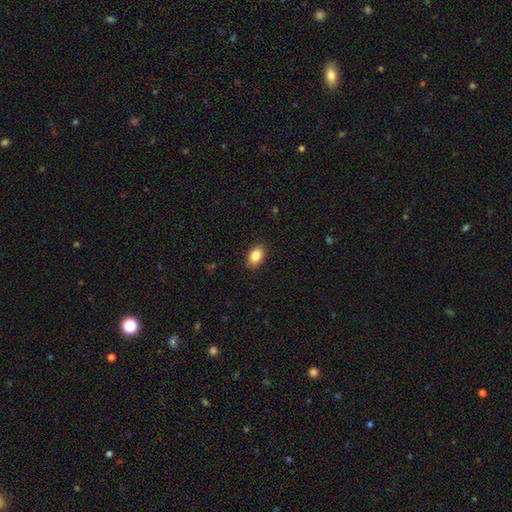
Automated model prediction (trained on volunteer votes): A smooth galaxy with no disk features (86%) that is in between round and cigar-shaped (78%). Merging: none (89%).